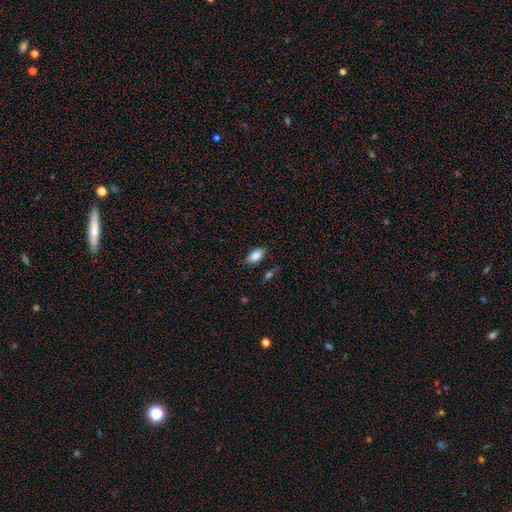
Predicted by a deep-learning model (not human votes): Smooth or featured?
  - smooth: 85% *
  - star or artifact: 8%
  - featured or disk: 7%
How rounded?
  - in between: 91% *
  - round: 5%
  - cigar-shaped: 4%
Merging?
  - none: 79% *
  - minor disturbance: 15%
  - major disturbance: 3%
  - merger: 2%